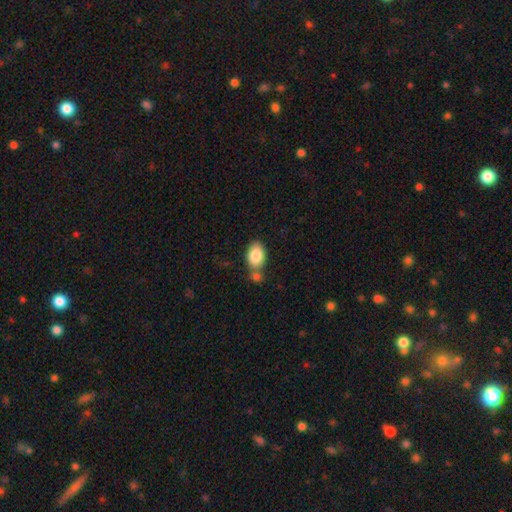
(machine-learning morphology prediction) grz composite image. It shows a smooth galaxy with no disk features (84%) that is in between round and cigar-shaped (86%). Merging: none (56%).